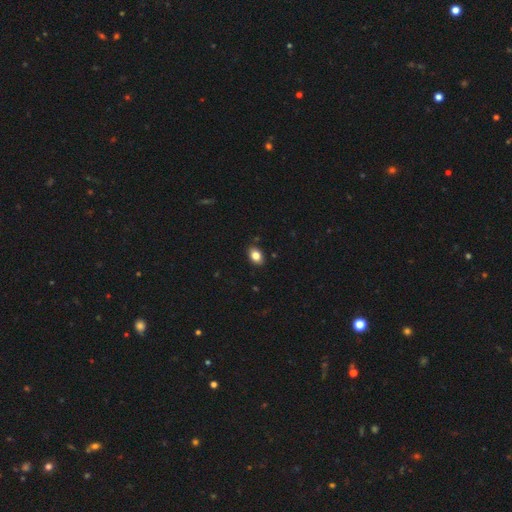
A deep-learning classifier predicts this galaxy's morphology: type=smooth (84%); roundness=in between (80%); merging=none (88%).